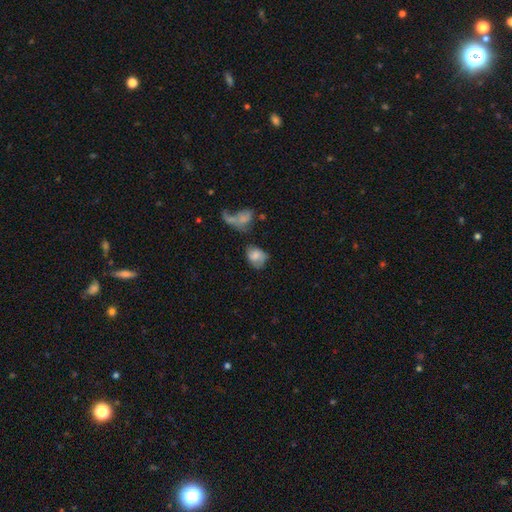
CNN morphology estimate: smooth-or-featured: smooth: 63% | featured or disk: 28% | star or artifact: 9%
  how-rounded: in between: 67% | round: 31% | cigar-shaped: 2%
  merging: none: 40% | minor disturbance: 26% | major disturbance: 19% | merger: 16%